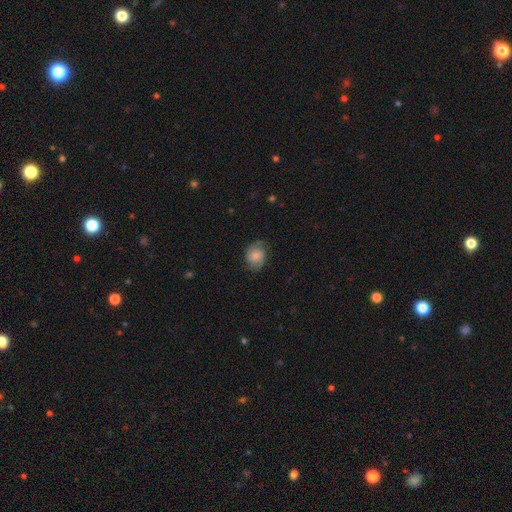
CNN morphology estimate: smooth_or_featured: smooth (p=0.58) [alt: featured or disk p=0.33]
how_rounded: round (p=0.59) [alt: in between p=0.40]
merging: none (p=0.69) [alt: minor disturbance p=0.22]